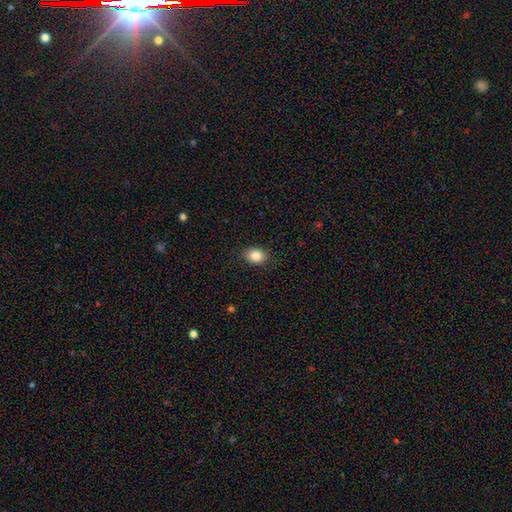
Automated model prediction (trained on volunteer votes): A smooth galaxy with no disk features (84%) that is in between round and cigar-shaped (61%).

Vote fractions:
- Smooth or featured? smooth: 84% / star or artifact: 9% / featured or disk: 7%
- How rounded? in between: 61% / round: 38% / cigar-shaped: 1%
- Merging? none: 88% / minor disturbance: 9% / major disturbance: 2% / merger: 1%